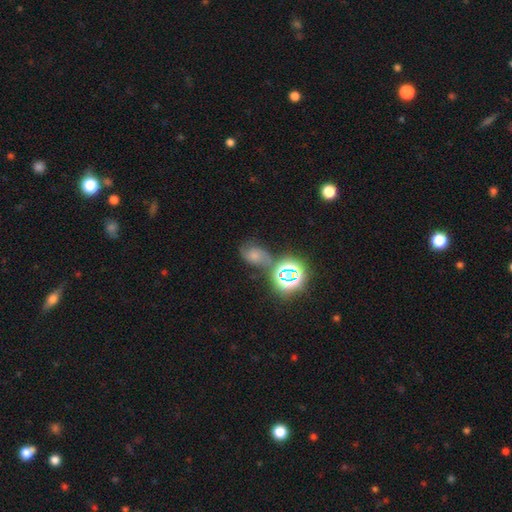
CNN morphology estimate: Q: Smooth or featured?
A: smooth (44%); runner-up: star or artifact (33%)
Q: Merging?
A: none (46%); runner-up: minor disturbance (24%)